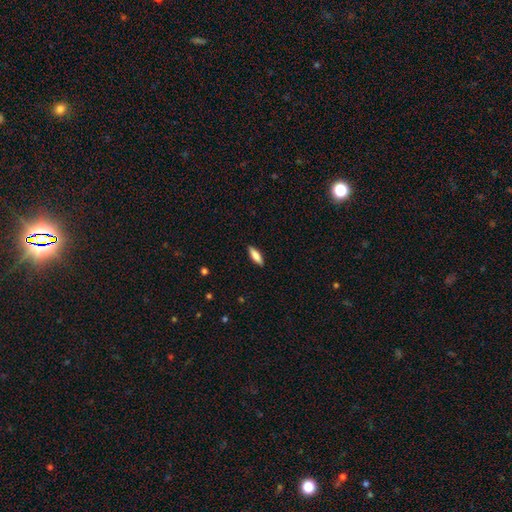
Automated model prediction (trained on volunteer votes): Smooth or featured? Predicted: smooth (p=0.80). How rounded? Predicted: in between (p=0.52). Merging? Predicted: none (p=0.89).